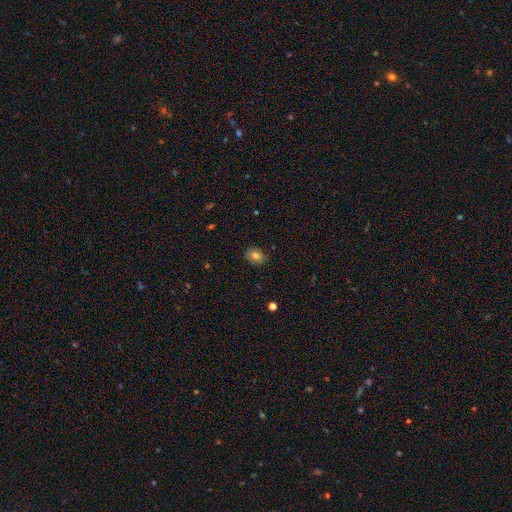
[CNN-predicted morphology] This is likely a smooth galaxy (78%). How rounded: possibly in between (51%). Merging: clearly none (86%).